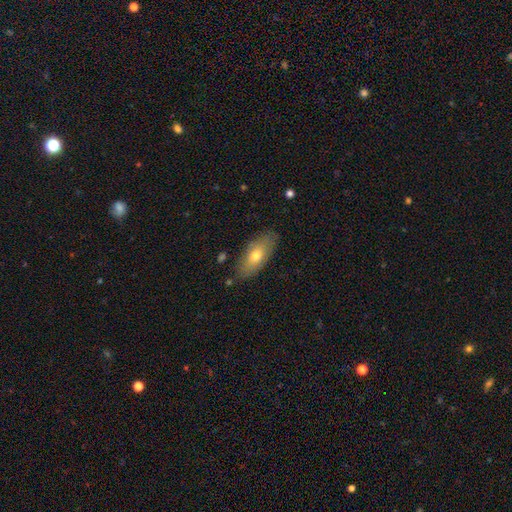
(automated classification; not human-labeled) smooth 68%, featured or disk 25%, star or artifact 7%. Down the decision tree: how rounded — in between (81%); merging — none (81%).